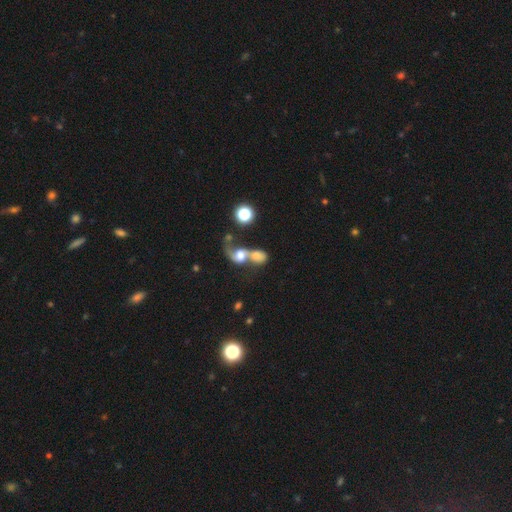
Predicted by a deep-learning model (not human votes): smooth-or-featured: smooth: 50% | featured or disk: 37% | star or artifact: 13%
  merging: merger: 75% | none: 11% | major disturbance: 9% | minor disturbance: 5%